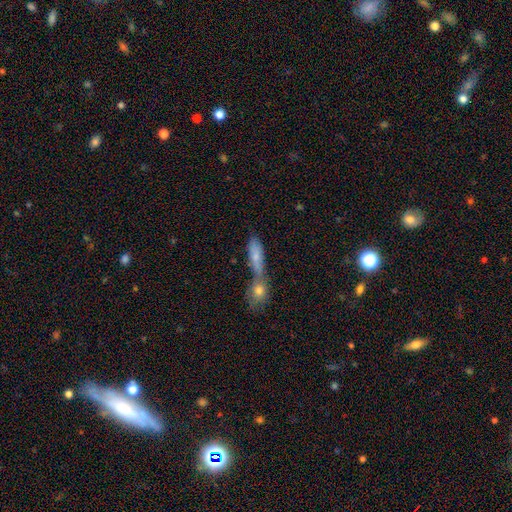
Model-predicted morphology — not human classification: The model was most divided on "how rounded": in between: 55%, cigar-shaped: 35%, round: 10%. More confident: smooth or featured — smooth (72%); merging — merger (59%).